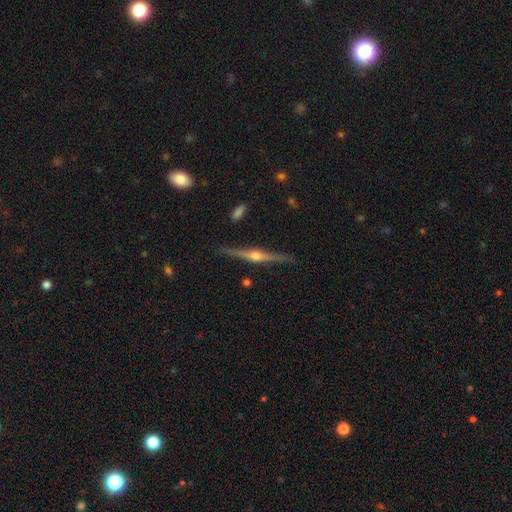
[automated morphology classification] The model was most divided on "smooth or featured": featured or disk: 85%, smooth: 9%, star or artifact: 5%. More confident: edge-on disk — yes (98%); edge-on bulge — rounded (94%); merging — none (89%).